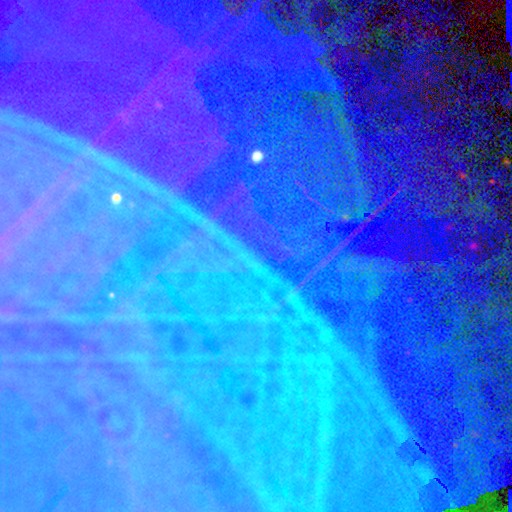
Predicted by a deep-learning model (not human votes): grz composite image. It shows a star or artifact, not a galaxy (89%).